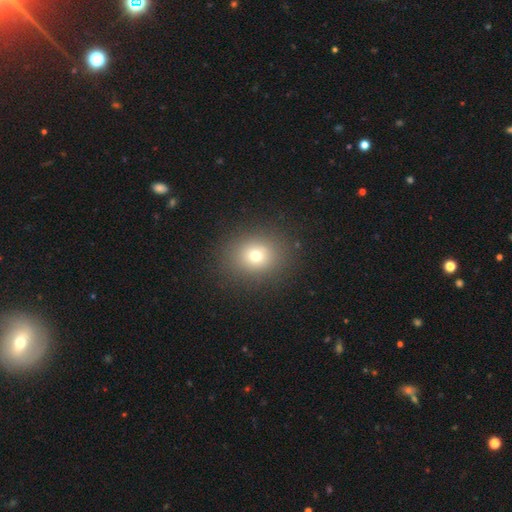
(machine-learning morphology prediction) Overall: smooth (72%). How rounded: round (71%). Merging: none (87%).